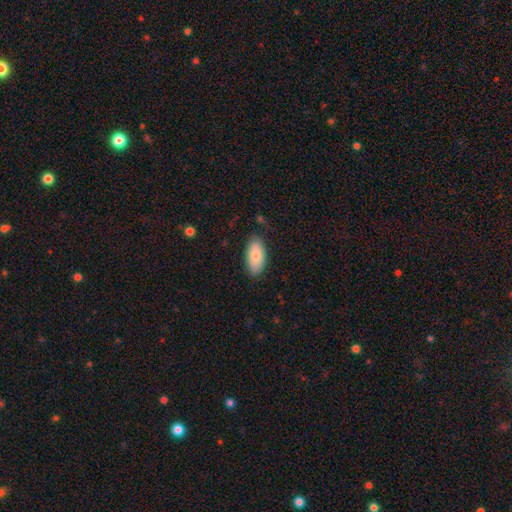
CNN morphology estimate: smooth_or_featured: smooth (p=0.80) [alt: featured or disk p=0.13]
how_rounded: in between (p=0.92) [alt: cigar-shaped p=0.06]
merging: none (p=0.81) [alt: minor disturbance p=0.15]